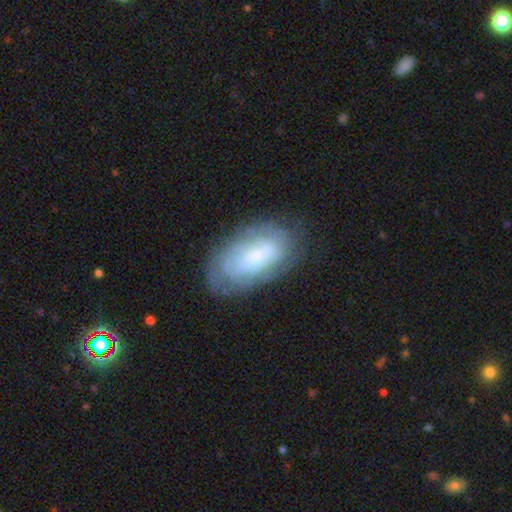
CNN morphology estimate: Smooth or featured? Predicted: featured or disk (p=0.56). Edge-on disk? Predicted: no (p=0.94). Bar? Predicted: no (p=0.60). Spiral arms? Predicted: yes (p=0.67). Bulge size? Predicted: small (p=0.61). Merging? Predicted: none (p=0.69).